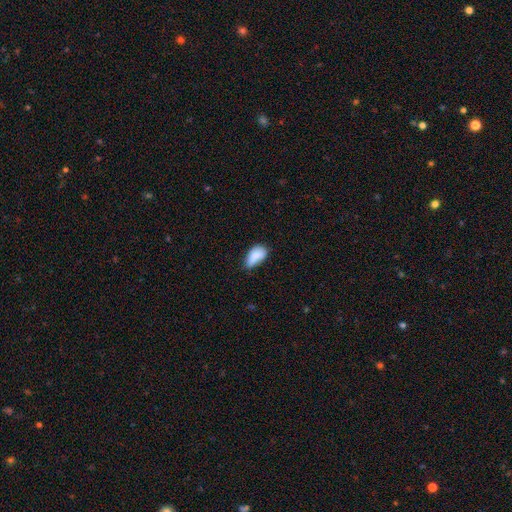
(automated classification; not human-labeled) Smooth or featured: smooth — 84% (featured or disk — 8%)
How rounded: in between — 91% (round — 5%)
Merging: minor disturbance — 44% (none — 41%)